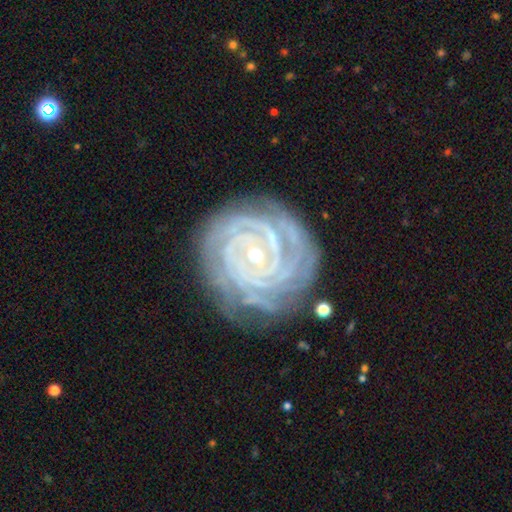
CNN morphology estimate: This appears to be a featured or disk galaxy (91%) with no bar (53%), 4 (26%) tight (89%) spiral arms (99%) and a small central bulge (71%). Merging: none (79%).